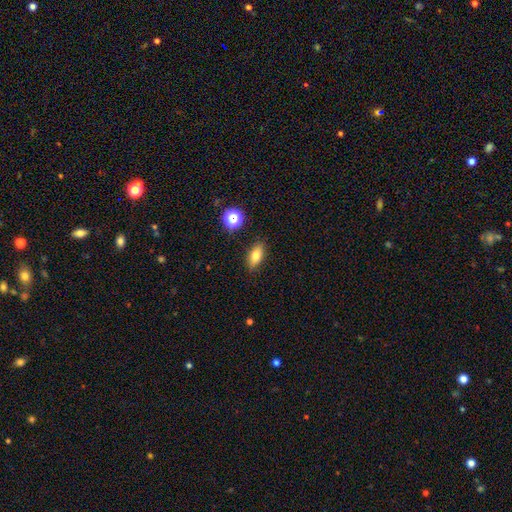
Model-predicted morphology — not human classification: A smooth galaxy with no disk features (76%) that is in between round and cigar-shaped (79%). Merging: none (87%).